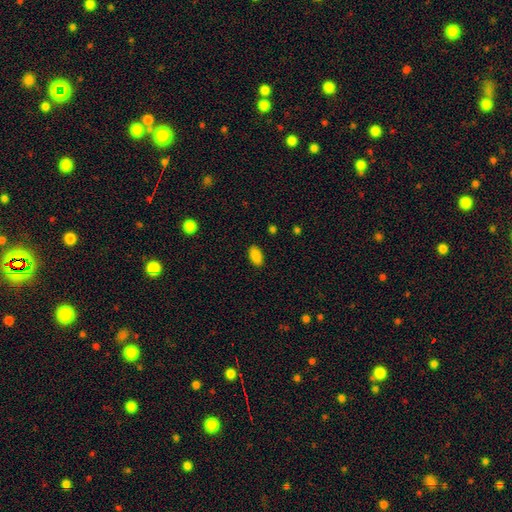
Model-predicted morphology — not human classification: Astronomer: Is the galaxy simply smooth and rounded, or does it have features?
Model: smooth — 88%.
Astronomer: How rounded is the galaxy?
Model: in between — 93%.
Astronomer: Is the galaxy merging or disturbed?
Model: none — 88%.